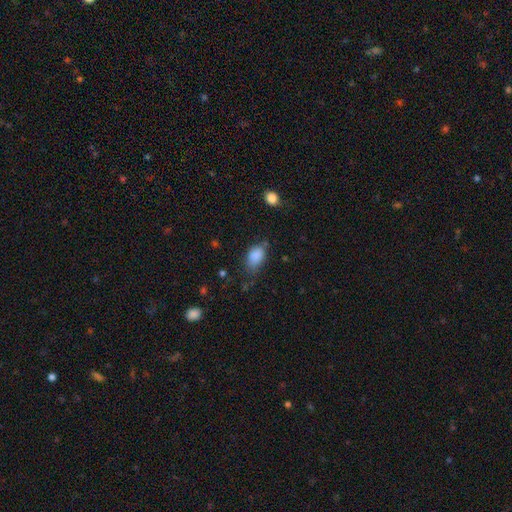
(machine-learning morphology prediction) Smooth or featured? smooth (86%)
How rounded? in between (87%)
Merging? none (59%)